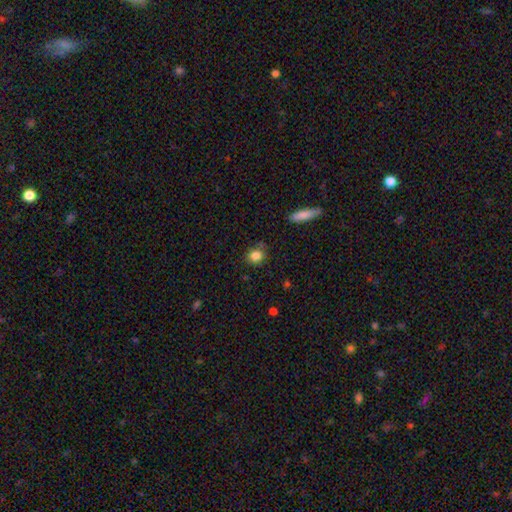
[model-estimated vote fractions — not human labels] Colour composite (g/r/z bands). It shows a smooth galaxy with no disk features (84%) that is round (74%). Merging: none (76%).